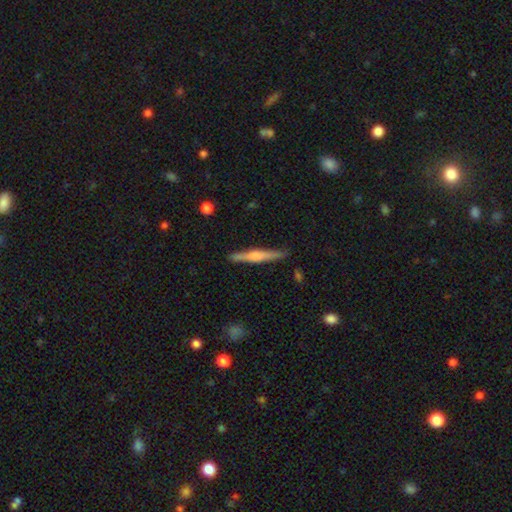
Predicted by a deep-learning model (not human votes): A featured or disk galaxy (67%) viewed edge-on (98%) with a rounded central bulge (72%).

Vote fractions:
- Smooth or featured? featured or disk: 67% / smooth: 27% / star or artifact: 6%
- Edge-on disk? yes: 98% / no: 2%
- Edge-on bulge? rounded: 72% / boxy: 16% / none: 12%
- Merging? none: 90% / minor disturbance: 8% / major disturbance: 1% / merger: 1%